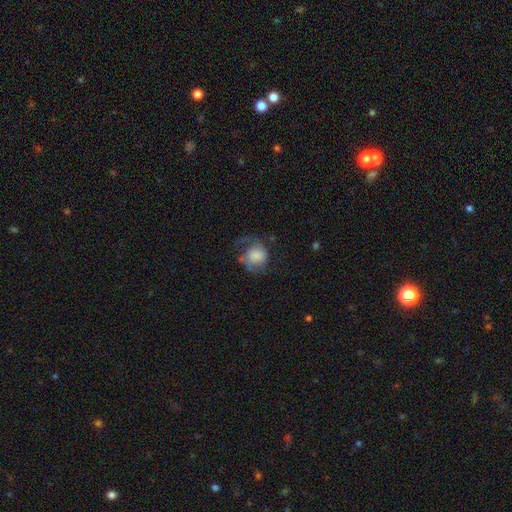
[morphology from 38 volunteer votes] Volunteers were most divided on "smooth or featured": featured or disk: 50%, smooth: 47%, star or artifact: 3%. Remaining: edge-on disk — no (100%); spiral arms — yes (89%); spiral winding — medium (76%); spiral arm count — 2 (76%); bar — no (74%); merging — major disturbance (41%); bulge size — dominant (37%).